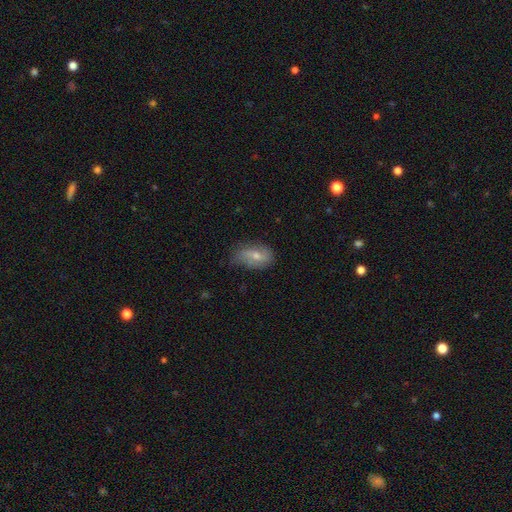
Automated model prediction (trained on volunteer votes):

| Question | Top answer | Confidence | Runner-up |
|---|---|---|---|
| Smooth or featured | featured or disk | 45% | smooth (44%) |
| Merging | none | 61% | minor disturbance (30%) |